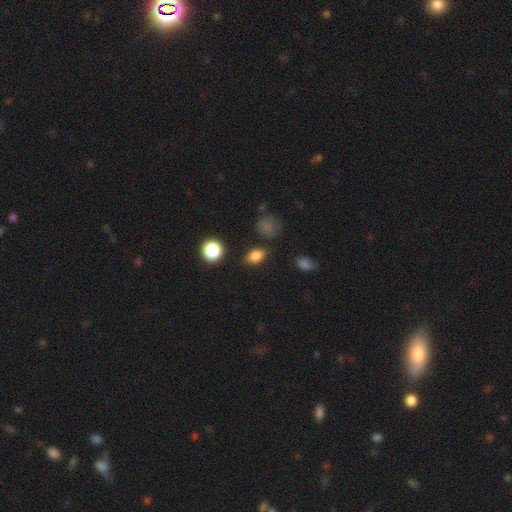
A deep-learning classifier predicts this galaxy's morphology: A smooth galaxy with no disk features (81%) that is in between round and cigar-shaped (80%).

Vote fractions:
- Smooth or featured? smooth: 81% / star or artifact: 13% / featured or disk: 6%
- How rounded? in between: 80% / round: 17% / cigar-shaped: 2%
- Merging? none: 84% / minor disturbance: 10% / major disturbance: 3% / merger: 3%